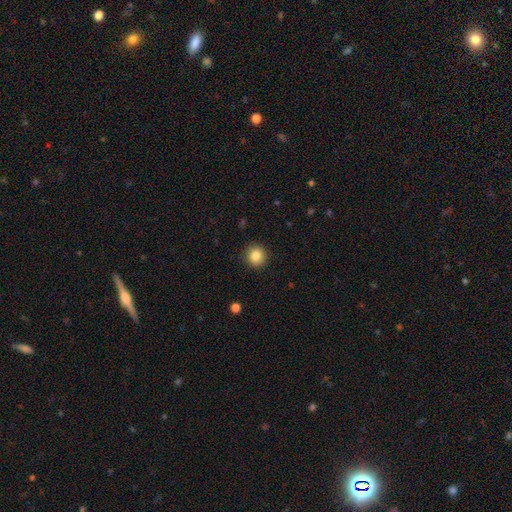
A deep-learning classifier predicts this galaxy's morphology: type=smooth (85%); roundness=round (93%); merging=none (91%).